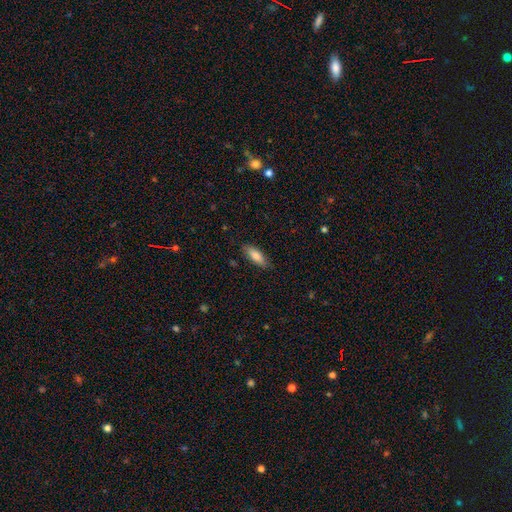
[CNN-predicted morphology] Smooth or featured? Predicted: smooth (p=0.81). How rounded? Predicted: in between (p=0.65). Merging? Predicted: none (p=0.84).